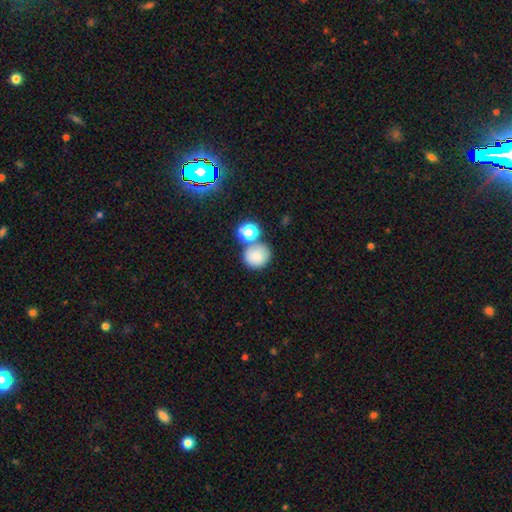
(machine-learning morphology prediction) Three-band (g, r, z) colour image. It shows a smooth galaxy with no disk features (80%) that is round (82%). Merging: none (54%).